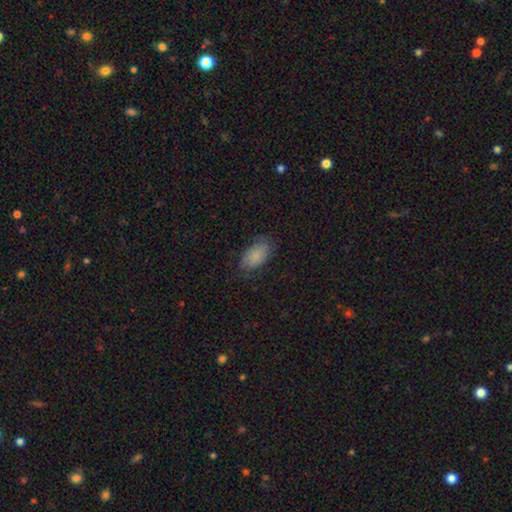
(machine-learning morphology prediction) smooth_or_featured: smooth (p=0.82) [alt: featured or disk p=0.11]
how_rounded: in between (p=0.93) [alt: round p=0.04]
merging: none (p=0.73) [alt: minor disturbance p=0.20]